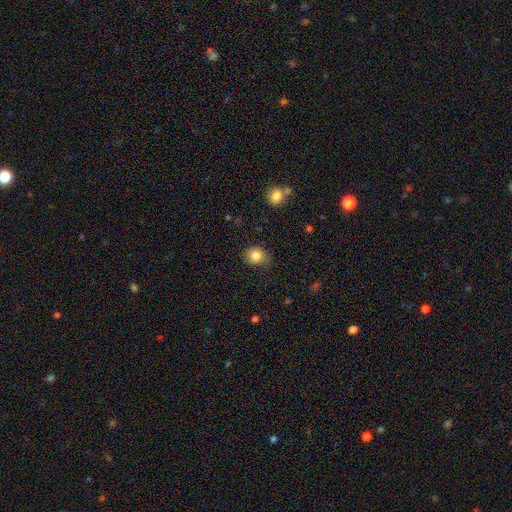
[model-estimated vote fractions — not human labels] A smooth galaxy with no disk features (84%) that is round (76%).

Vote fractions:
- Smooth or featured? smooth: 84% / star or artifact: 10% / featured or disk: 6%
- How rounded? round: 76% / in between: 23% / cigar-shaped: 1%
- Merging? none: 78% / minor disturbance: 17% / major disturbance: 4% / merger: 2%